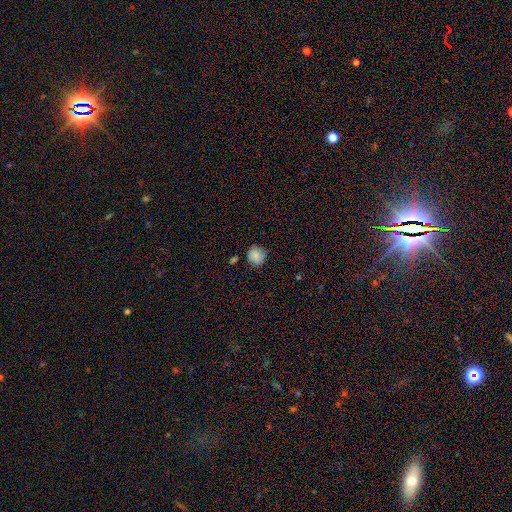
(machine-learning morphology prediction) smooth-or-featured: smooth: 82% | star or artifact: 10% | featured or disk: 8%
  how-rounded: round: 84% | in between: 15% | cigar-shaped: 1%
  merging: none: 76% | minor disturbance: 17% | major disturbance: 3% | merger: 3%